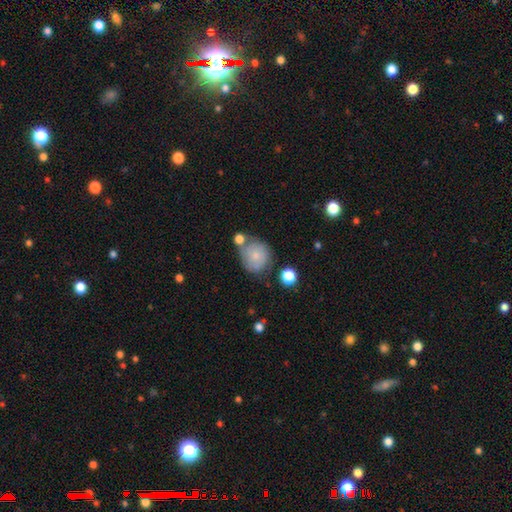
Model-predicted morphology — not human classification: Q: Smooth or featured?
A: smooth (67%); runner-up: featured or disk (24%)
Q: How rounded?
A: round (81%); runner-up: in between (18%)
Q: Merging?
A: none (51%); runner-up: minor disturbance (23%)